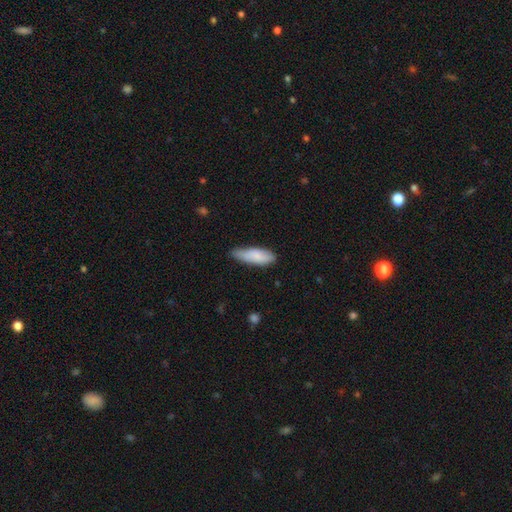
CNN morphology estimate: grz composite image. It shows a smooth galaxy with no disk features (81%) that is in between round and cigar-shaped (64%). Merging: none (56%).